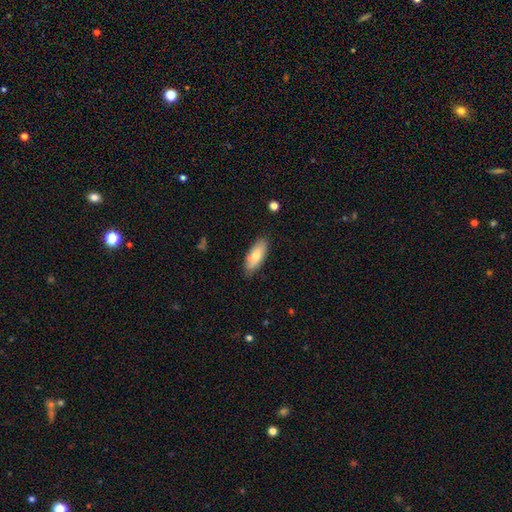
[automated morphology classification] Q: Smooth or featured?
A: smooth (70%); runner-up: featured or disk (23%)
Q: How rounded?
A: in between (77%); runner-up: cigar-shaped (21%)
Q: Merging?
A: none (81%); runner-up: minor disturbance (14%)